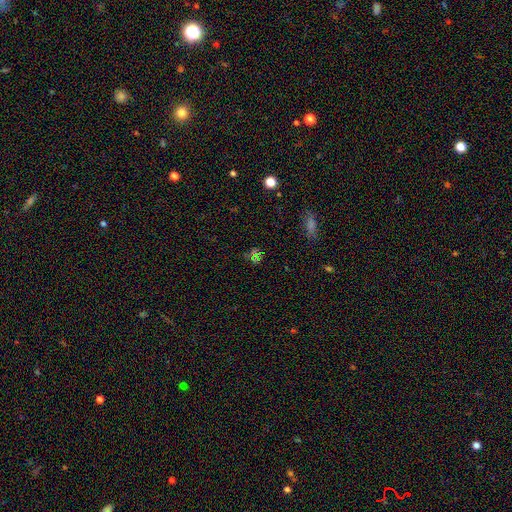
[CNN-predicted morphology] Overall: star or artifact (62%; smooth 28%).